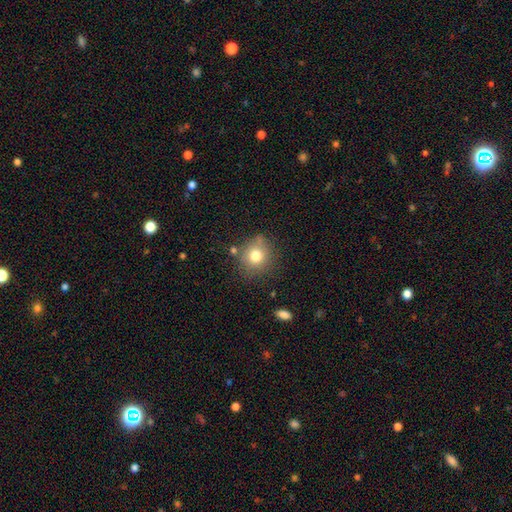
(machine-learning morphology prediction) Smooth or featured?
  - smooth: 77% *
  - star or artifact: 12%
  - featured or disk: 11%
How rounded?
  - round: 83% *
  - in between: 16%
  - cigar-shaped: 1%
Merging?
  - none: 74% *
  - minor disturbance: 16%
  - merger: 6%
  - major disturbance: 5%